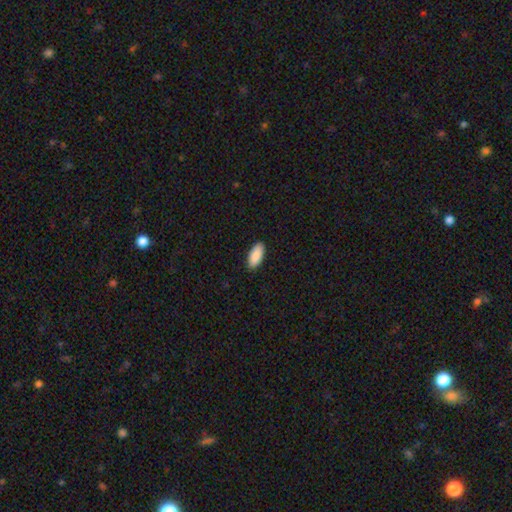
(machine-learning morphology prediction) smooth_or_featured: smooth (p=0.91) [alt: star or artifact p=0.05]
how_rounded: in between (p=0.87) [alt: cigar-shaped p=0.11]
merging: none (p=0.90) [alt: minor disturbance p=0.08]